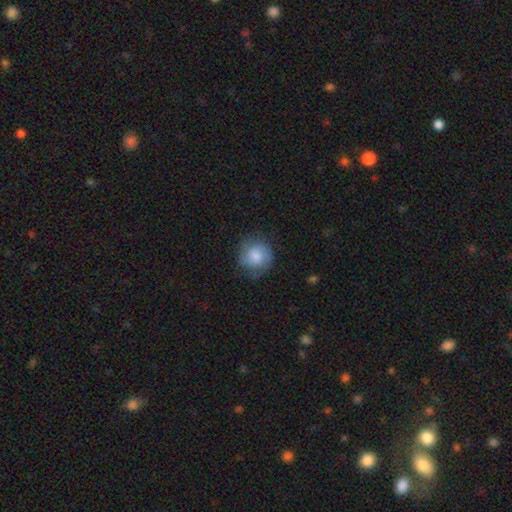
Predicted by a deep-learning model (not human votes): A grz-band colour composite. It shows a smooth galaxy with no disk features (58%) that is round (86%). Merging: none (72%).